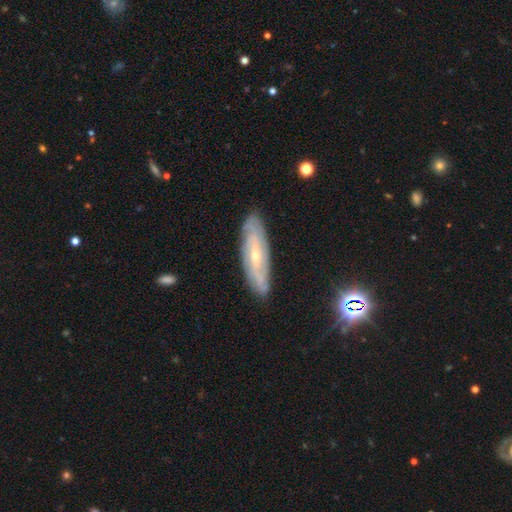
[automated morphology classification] smooth_or_featured: featured or disk (p=0.74) [alt: smooth p=0.19]
disk_edge_on: no (p=0.75) [alt: yes p=0.25]
bar: no (p=0.47) [alt: weak p=0.38]
has_spiral_arms: yes (p=0.87) [alt: no p=0.13]
bulge_size: small (p=0.62) [alt: moderate p=0.34]
merging: none (p=0.83) [alt: minor disturbance p=0.13]